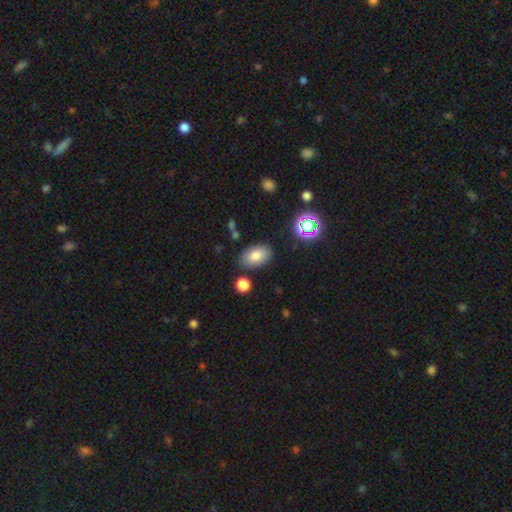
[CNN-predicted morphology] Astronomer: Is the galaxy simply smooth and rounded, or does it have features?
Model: smooth — 78%.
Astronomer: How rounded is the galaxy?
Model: in between — 90%.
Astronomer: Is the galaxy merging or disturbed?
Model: none — 82%.